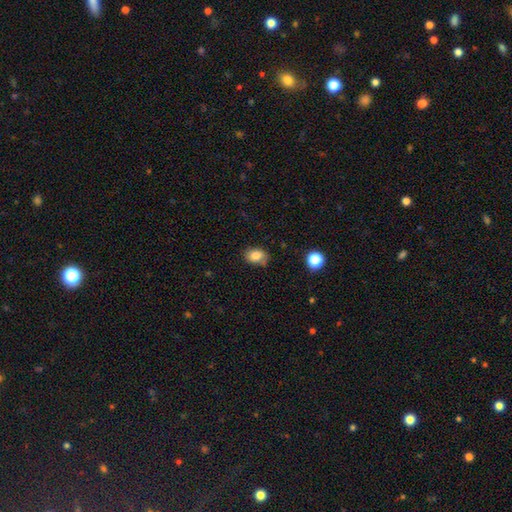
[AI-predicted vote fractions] Overall: smooth (82%). How rounded: in between (72%). Merging: none (69%).